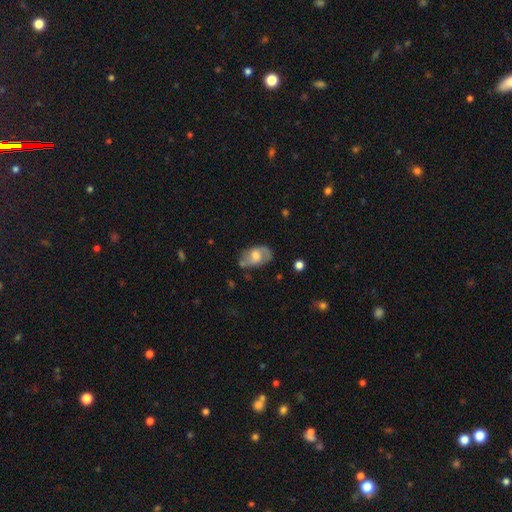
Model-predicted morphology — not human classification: type=featured or disk (55%); edge-on=no (94%); bar=no (54%); spiral arms=yes (75%); bulge=moderate (56%); merging=none (60%).